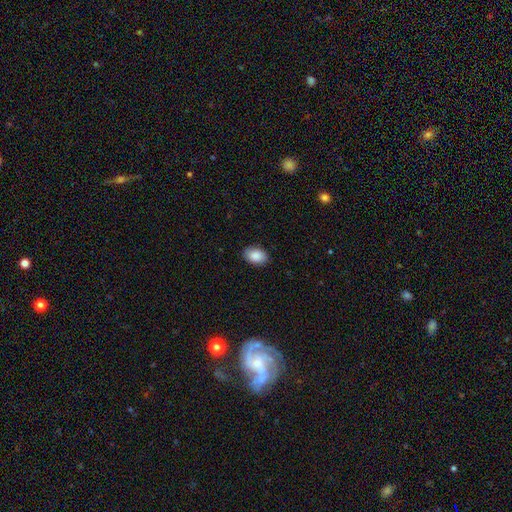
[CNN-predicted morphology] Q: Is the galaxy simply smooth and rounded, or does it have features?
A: smooth — 89%.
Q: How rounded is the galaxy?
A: in between — 89%.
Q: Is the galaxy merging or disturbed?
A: none — 87%.